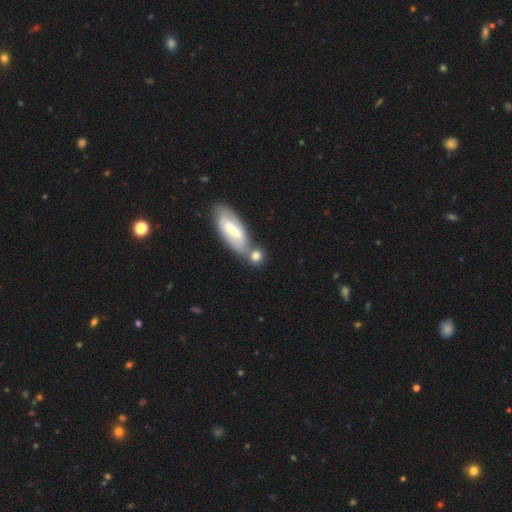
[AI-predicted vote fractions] A smooth galaxy with no disk features (68%) that is round (61%).

Vote fractions:
- Smooth or featured? smooth: 68% / featured or disk: 25% / star or artifact: 7%
- How rounded? round: 61% / in between: 31% / cigar-shaped: 8%
- Merging? none: 44% / merger: 41% / minor disturbance: 11% / major disturbance: 4%